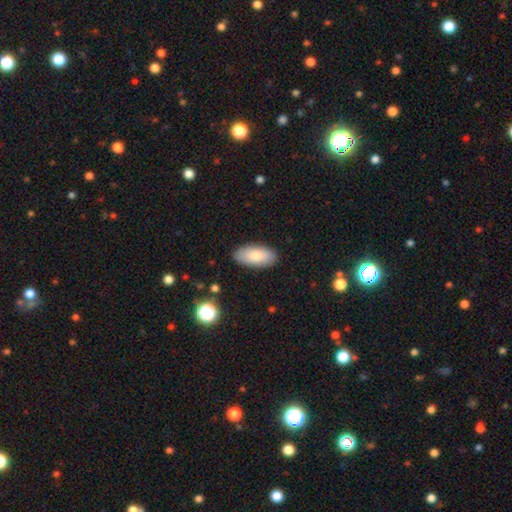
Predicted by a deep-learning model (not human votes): Q: Smooth or featured?
A: smooth (81%); runner-up: featured or disk (13%)
Q: How rounded?
A: in between (93%); runner-up: cigar-shaped (5%)
Q: Merging?
A: none (87%); runner-up: minor disturbance (9%)